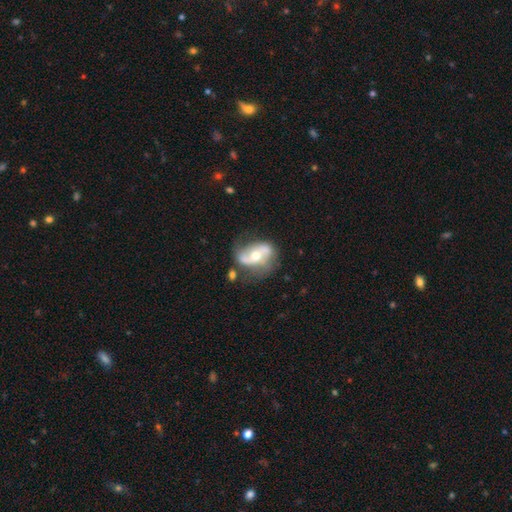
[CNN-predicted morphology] featured or disk 73%, smooth 20%, star or artifact 7%. Down the decision tree: edge-on disk — no (95%); bar — no (49%); spiral arms — yes (84%); spiral arm count — 2 (84%); spiral winding — loose (58%); bulge size — moderate (66%); merging — none (56%).